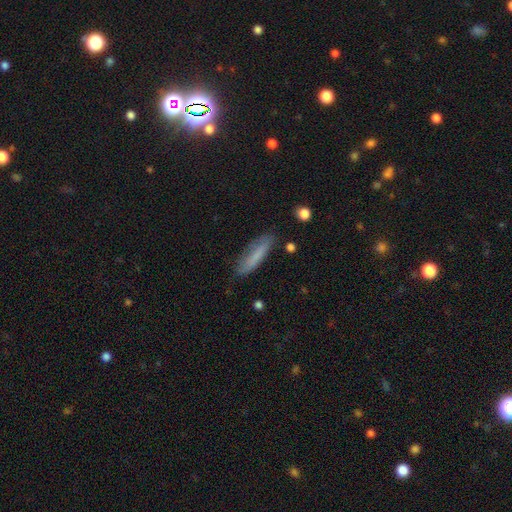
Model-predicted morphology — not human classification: A smooth galaxy with no disk features (73%) that is cigar-shaped (79%).

Vote fractions:
- Smooth or featured? smooth: 73% / featured or disk: 20% / star or artifact: 8%
- How rounded? cigar-shaped: 79% / in between: 20% / round: 2%
- Merging? none: 76% / minor disturbance: 17% / major disturbance: 4% / merger: 2%